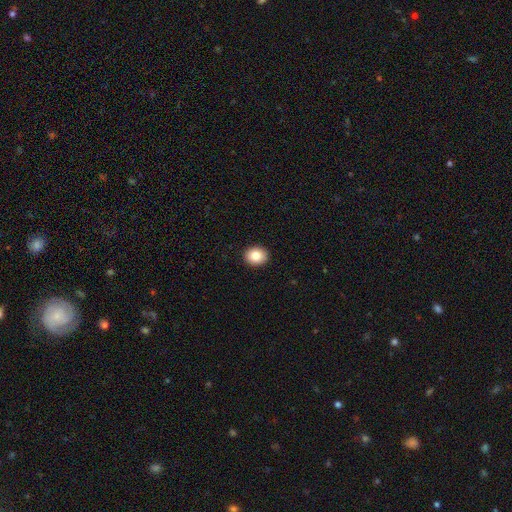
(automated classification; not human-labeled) Q: Smooth or featured?
A: smooth (83%); runner-up: star or artifact (9%)
Q: How rounded?
A: round (62%); runner-up: in between (37%)
Q: Merging?
A: none (92%); runner-up: minor disturbance (5%)